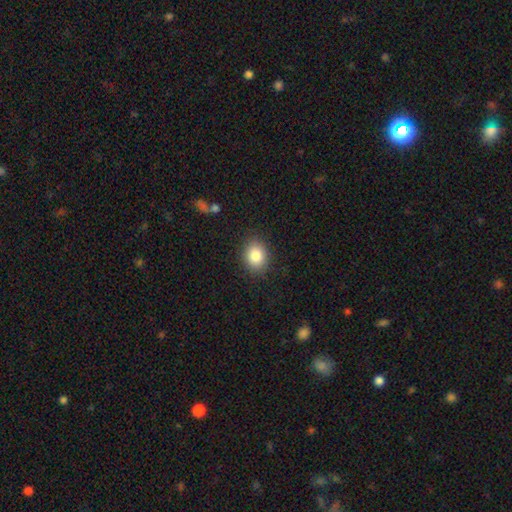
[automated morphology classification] Smooth or featured? smooth (84%)
How rounded? round (50%)
Merging? none (87%)